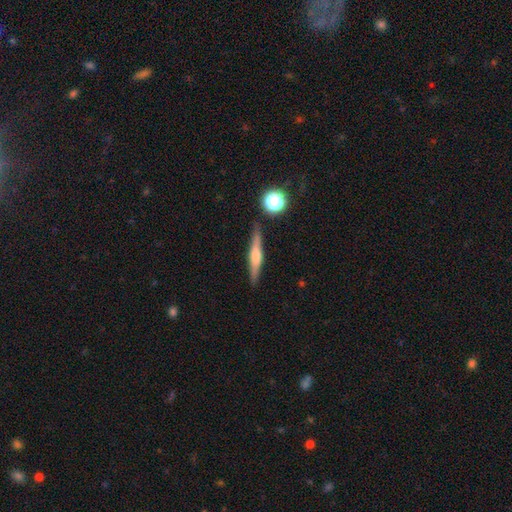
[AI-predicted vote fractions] smooth_or_featured: featured or disk (p=0.59) [alt: smooth p=0.34]
disk_edge_on: yes (p=0.96) [alt: no p=0.04]
edge_on_bulge: rounded (p=0.78) [alt: boxy p=0.13]
merging: none (p=0.88) [alt: minor disturbance p=0.08]